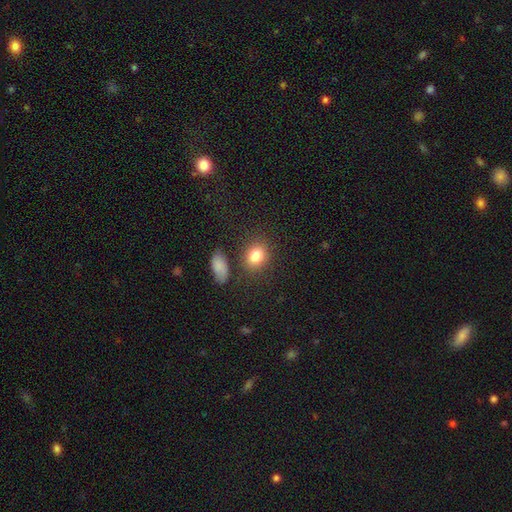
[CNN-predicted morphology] Overall: smooth (83%). How rounded: in between (50%; round 48%). Merging: none (78%).